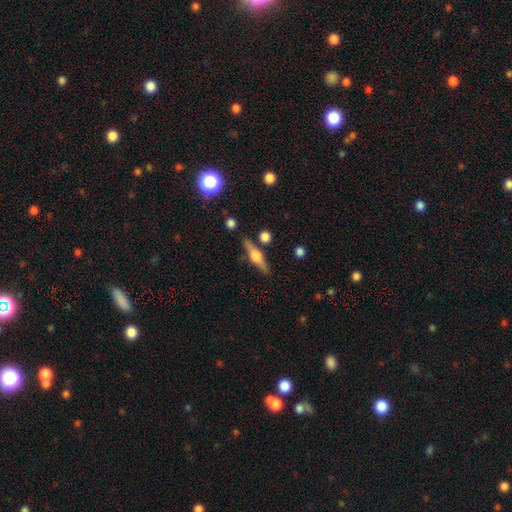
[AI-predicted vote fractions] featured or disk 68%, smooth 25%, star or artifact 7%. Down the decision tree: edge-on disk — yes (96%); edge-on bulge — rounded (91%); merging — none (82%).